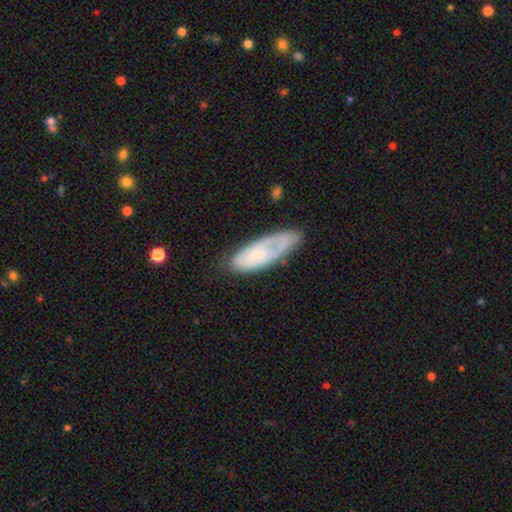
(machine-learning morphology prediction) smooth-or-featured: smooth: 51% | featured or disk: 42% | star or artifact: 7%
  how-rounded: in between: 68% | cigar-shaped: 30% | round: 2%
  merging: none: 59% | minor disturbance: 28% | major disturbance: 11% | merger: 3%